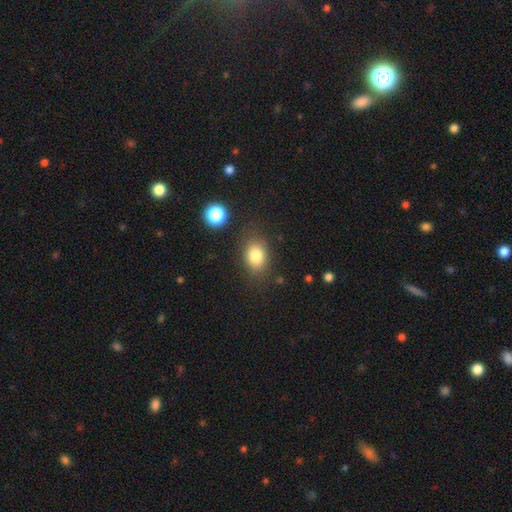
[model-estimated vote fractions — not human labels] Morphology: type=smooth (81%); roundness=in between (68%); merging=none (78%).